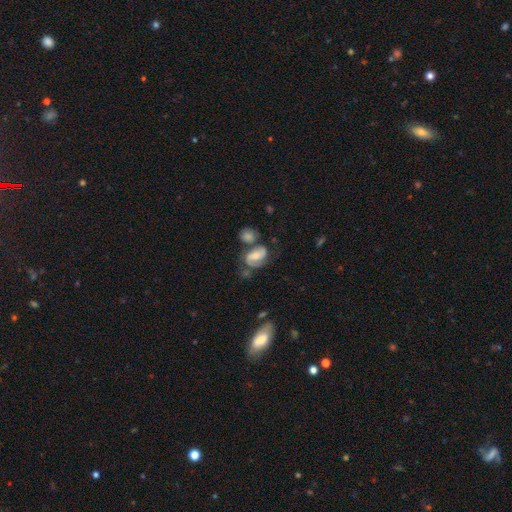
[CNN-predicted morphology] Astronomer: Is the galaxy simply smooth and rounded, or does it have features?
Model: featured or disk — 68%.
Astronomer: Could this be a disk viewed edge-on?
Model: no — 97%.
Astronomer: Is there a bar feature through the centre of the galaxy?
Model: weak — 39% (runner-up: no, 38%).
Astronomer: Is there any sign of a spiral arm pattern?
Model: yes — 91%.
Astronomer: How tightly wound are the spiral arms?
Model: medium — 49% (runner-up: tight, 31%).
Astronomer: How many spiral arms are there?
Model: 2 — 82%.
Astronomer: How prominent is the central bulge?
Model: moderate — 49% (runner-up: small, 37%).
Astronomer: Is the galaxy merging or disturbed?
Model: none — 45% (runner-up: merger, 23%).